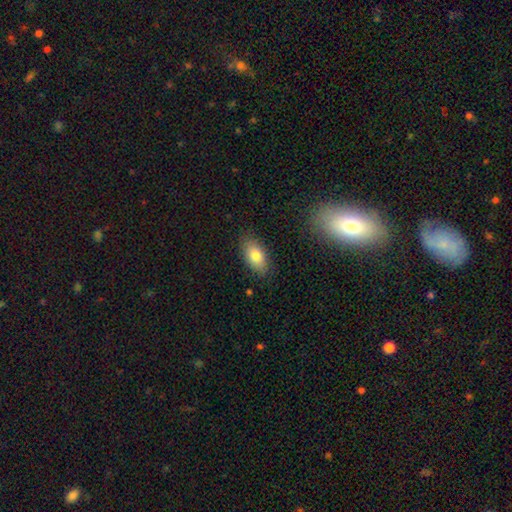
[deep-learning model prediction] A smooth galaxy with no disk features (79%) that is in between round and cigar-shaped (91%).

Vote fractions:
- Smooth or featured? smooth: 79% / featured or disk: 13% / star or artifact: 7%
- How rounded? in between: 91% / round: 5% / cigar-shaped: 4%
- Merging? none: 84% / minor disturbance: 12% / major disturbance: 3% / merger: 1%